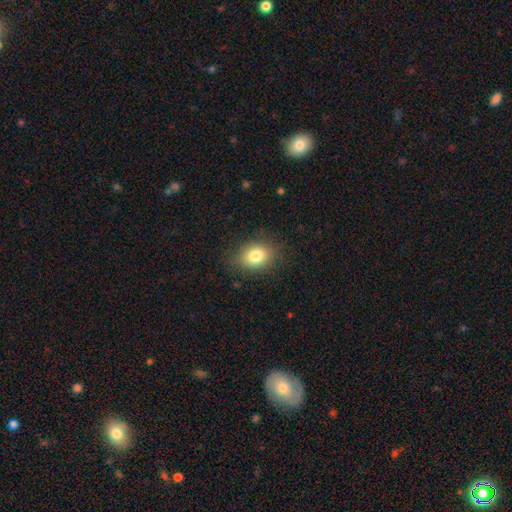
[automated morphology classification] smooth-or-featured: smooth: 81% | star or artifact: 10% | featured or disk: 9%
  how-rounded: in between: 67% | round: 32% | cigar-shaped: 1%
  merging: none: 83% | minor disturbance: 12% | major disturbance: 4% | merger: 1%